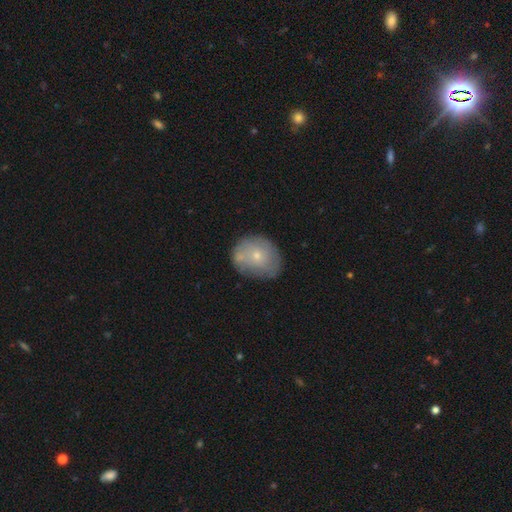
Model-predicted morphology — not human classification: Q: Smooth or featured?
A: smooth (61%); runner-up: featured or disk (31%)
Q: How rounded?
A: round (63%); runner-up: in between (36%)
Q: Merging?
A: none (59%); runner-up: minor disturbance (25%)